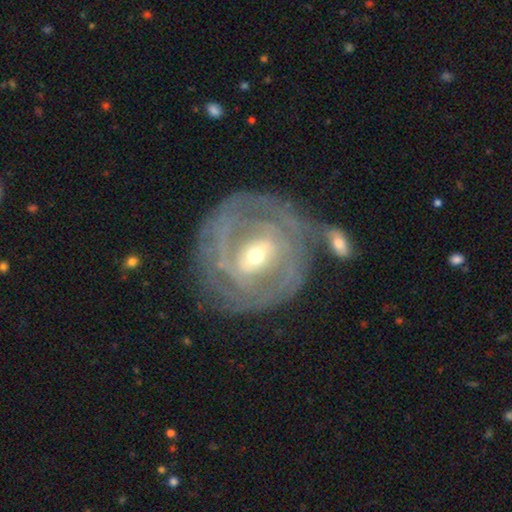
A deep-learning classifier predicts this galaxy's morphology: Overall: featured or disk (84%). Edge-on disk: no (96%). Bar: weak (45%; strong 33%). Spiral arms: yes (85%). Spiral arm count: can't tell (39%; 2 27%). Spiral winding: tight (73%). Bulge size: moderate (52%; small 43%). Merging: none (62%).